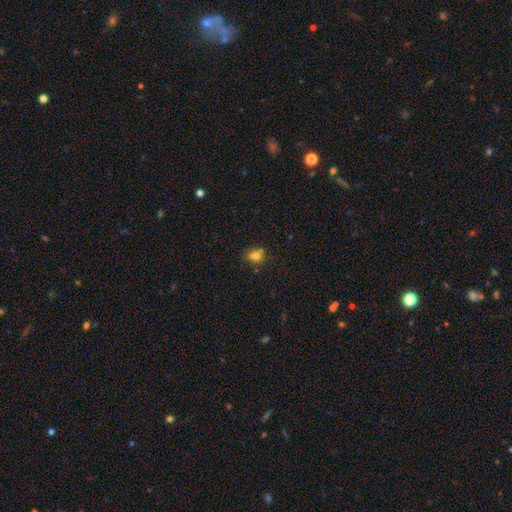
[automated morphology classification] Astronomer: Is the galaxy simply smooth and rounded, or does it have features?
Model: smooth — 71%.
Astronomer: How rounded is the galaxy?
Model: round — 60% (runner-up: in between, 38%).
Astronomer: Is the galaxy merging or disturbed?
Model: none — 55%.